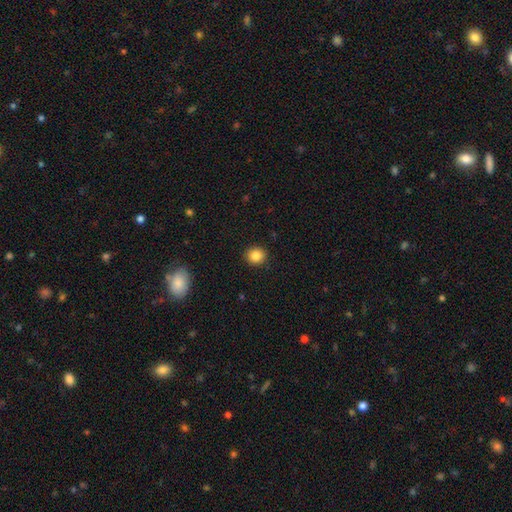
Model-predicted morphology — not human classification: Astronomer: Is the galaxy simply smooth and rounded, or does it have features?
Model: smooth — 84%.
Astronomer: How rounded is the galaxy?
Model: round — 85%.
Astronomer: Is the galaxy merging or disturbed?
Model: none — 92%.